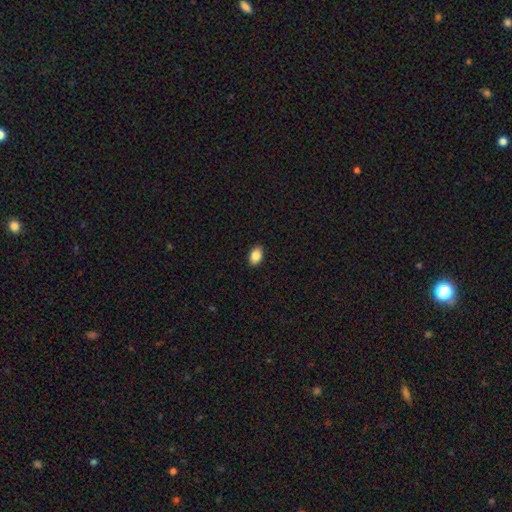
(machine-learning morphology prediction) Smooth or featured? Predicted: smooth (p=0.87). How rounded? Predicted: in between (p=0.89). Merging? Predicted: none (p=0.90).